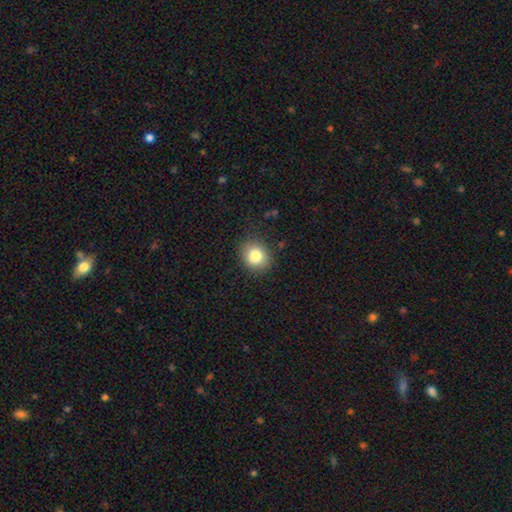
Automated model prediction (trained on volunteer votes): The model was most divided on "how rounded": round: 72%, in between: 27%, cigar-shaped: 1%. More confident: merging — none (85%); smooth or featured — smooth (83%).